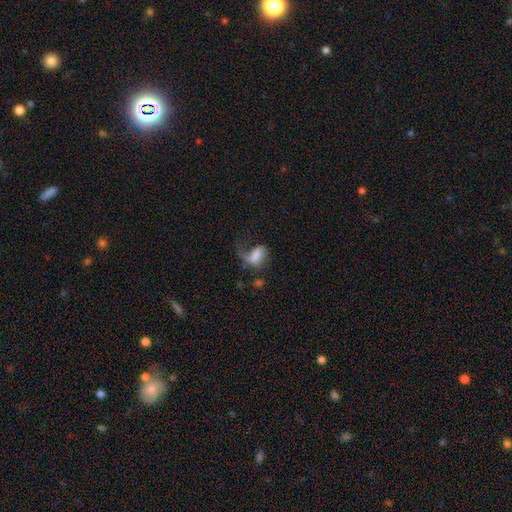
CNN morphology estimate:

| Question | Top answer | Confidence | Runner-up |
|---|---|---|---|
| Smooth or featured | smooth | 51% | featured or disk (40%) |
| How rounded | in between | 83% | round (14%) |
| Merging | major disturbance | 50% | none (27%) |